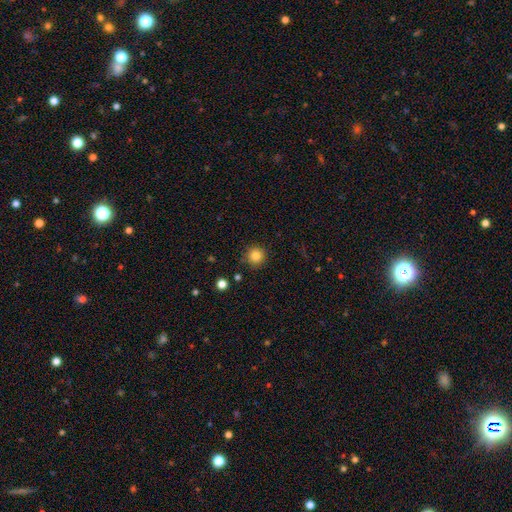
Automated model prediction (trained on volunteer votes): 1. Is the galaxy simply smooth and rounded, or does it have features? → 83% smooth, 12% star or artifact, 5% featured or disk.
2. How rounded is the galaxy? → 95% round, 4% in between, 1% cigar-shaped.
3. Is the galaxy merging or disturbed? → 87% none, 9% minor disturbance, 2% major disturbance, 2% merger.